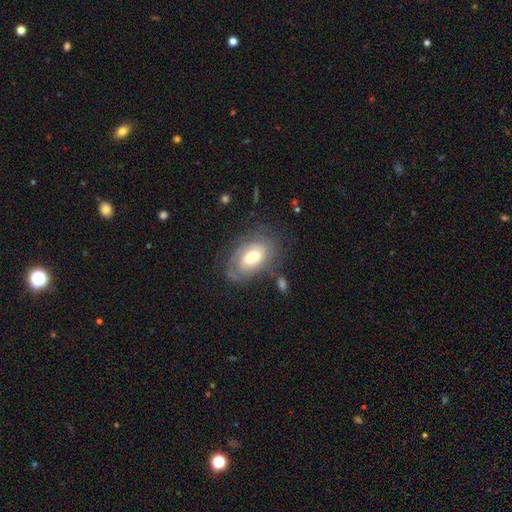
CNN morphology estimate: Overall: featured or disk (59%; smooth 34%). Edge-on disk: no (94%). Bar: no (61%; weak 31%). Spiral arms: yes (79%). Bulge size: moderate (45%; large 34%). Merging: none (65%).